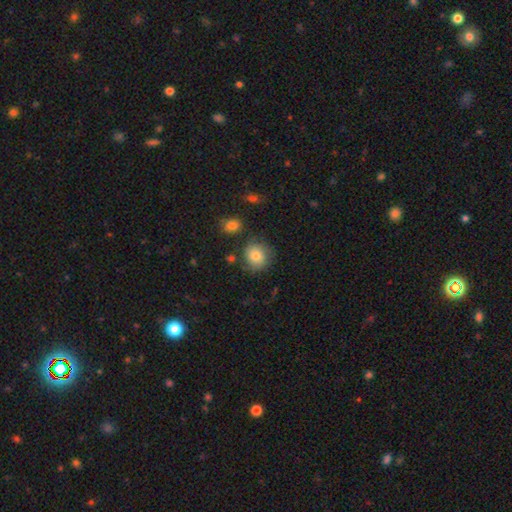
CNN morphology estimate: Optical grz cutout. It shows a smooth galaxy with no disk features (75%) that is round (85%). Merging: none (73%).